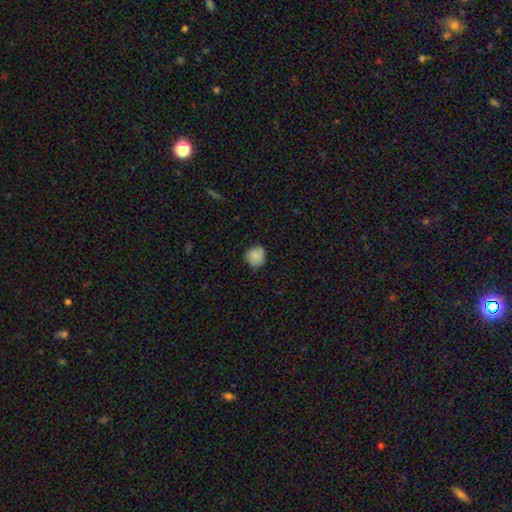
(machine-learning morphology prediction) smooth-or-featured: smooth: 86% | star or artifact: 9% | featured or disk: 5%
  how-rounded: round: 87% | in between: 12% | cigar-shaped: 1%
  merging: none: 79% | minor disturbance: 17% | major disturbance: 3% | merger: 1%